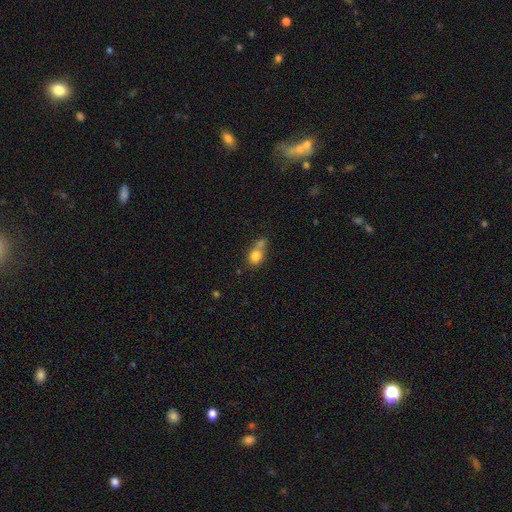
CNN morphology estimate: Smooth or featured? Predicted: smooth (p=0.77). How rounded? Predicted: round (p=0.56). Merging? Predicted: merger (p=0.46).